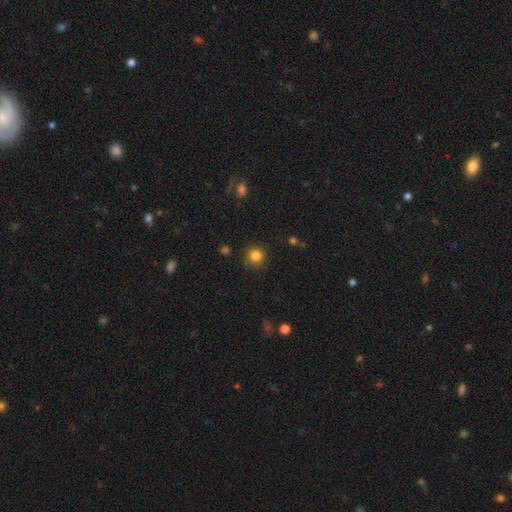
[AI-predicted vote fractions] smooth-or-featured: smooth: 83% | star or artifact: 12% | featured or disk: 5%
  how-rounded: round: 93% | in between: 6% | cigar-shaped: 1%
  merging: none: 87% | minor disturbance: 9% | major disturbance: 3% | merger: 2%